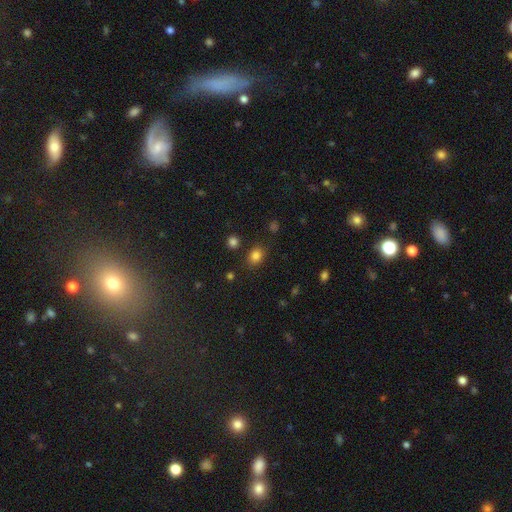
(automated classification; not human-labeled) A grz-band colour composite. It shows a smooth galaxy with no disk features (82%) that is in between round and cigar-shaped (52%). Merging: none (82%).